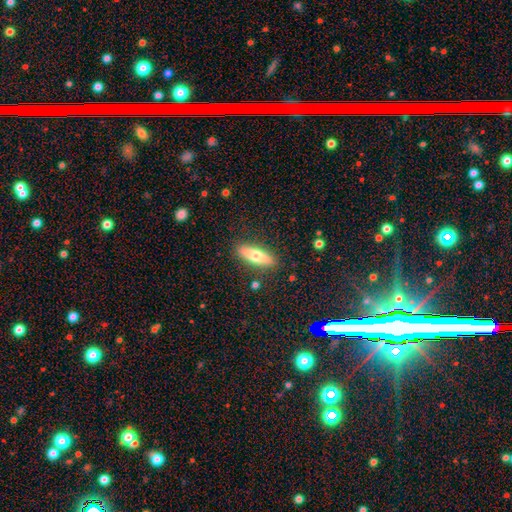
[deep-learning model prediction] smooth_or_featured: smooth (p=0.64) [alt: featured or disk p=0.29]
how_rounded: cigar-shaped (p=0.50) [alt: in between p=0.48]
merging: none (p=0.87) [alt: minor disturbance p=0.09]